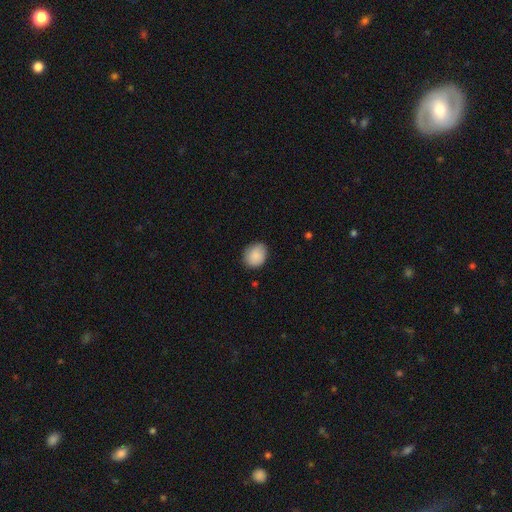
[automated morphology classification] A smooth galaxy with no disk features (88%) that is round (62%).

Vote fractions:
- Smooth or featured? smooth: 88% / star or artifact: 7% / featured or disk: 5%
- How rounded? round: 62% / in between: 37% / cigar-shaped: 1%
- Merging? none: 81% / minor disturbance: 16% / major disturbance: 3% / merger: 1%